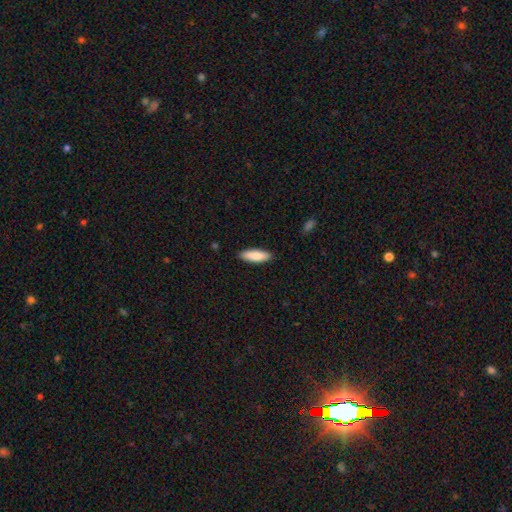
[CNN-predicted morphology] Overall: smooth (86%). How rounded: in between (56%; cigar-shaped 42%). Merging: none (89%).